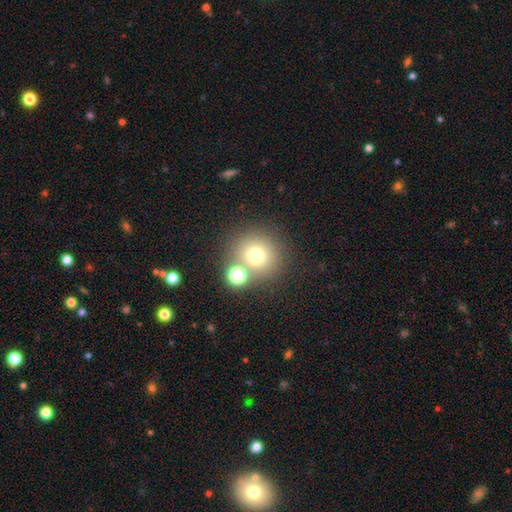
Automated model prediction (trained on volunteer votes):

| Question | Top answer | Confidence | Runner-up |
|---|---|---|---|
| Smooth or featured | smooth | 71% | star or artifact (17%) |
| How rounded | round | 93% | in between (6%) |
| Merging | none | 71% | merger (17%) |